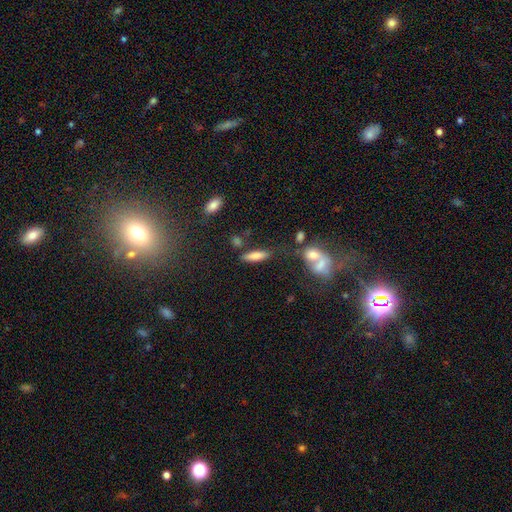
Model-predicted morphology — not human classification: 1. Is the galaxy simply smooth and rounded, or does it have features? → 74% smooth, 17% featured or disk, 8% star or artifact.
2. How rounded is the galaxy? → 56% cigar-shaped, 41% in between, 3% round.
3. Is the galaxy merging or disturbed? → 69% none, 15% minor disturbance, 10% merger, 6% major disturbance.